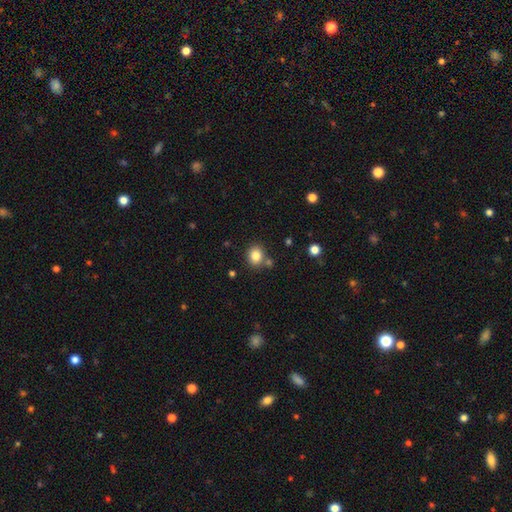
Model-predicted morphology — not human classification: A smooth galaxy with no disk features (83%) that is round (68%). Merging: none (75%).